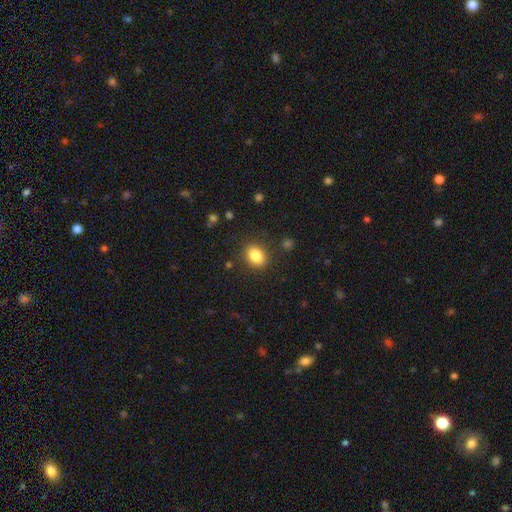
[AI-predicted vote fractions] A smooth galaxy with no disk features (85%) that is in between round and cigar-shaped (59%). Merging: none (86%).